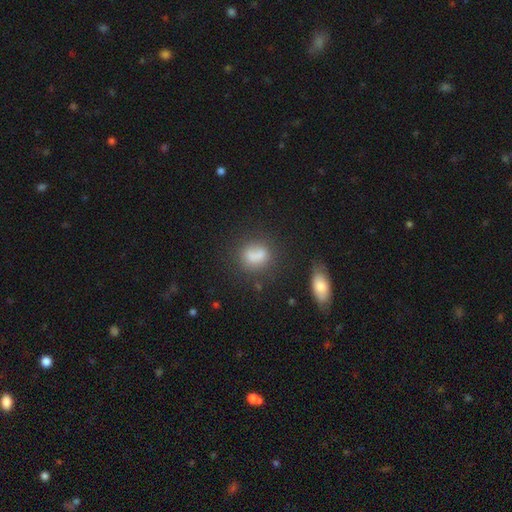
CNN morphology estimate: A smooth galaxy with no disk features (72%) that is round (58%).

Vote fractions:
- Smooth or featured? smooth: 72% / featured or disk: 17% / star or artifact: 12%
- How rounded? round: 58% / in between: 40% / cigar-shaped: 3%
- Merging? none: 50% / merger: 20% / minor disturbance: 19% / major disturbance: 10%